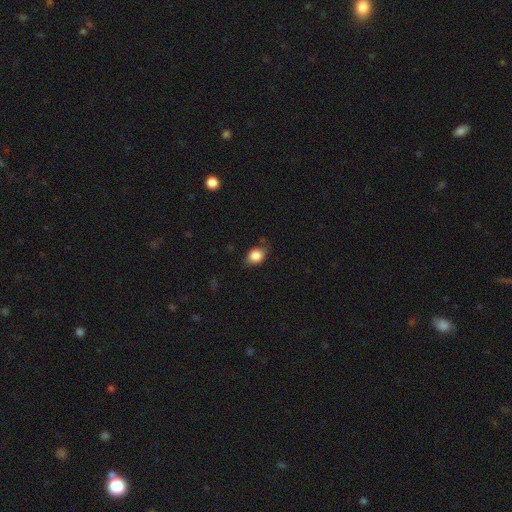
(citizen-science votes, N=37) Morphology: type=smooth (81%); roundness=round (53%); merging=none (69%).